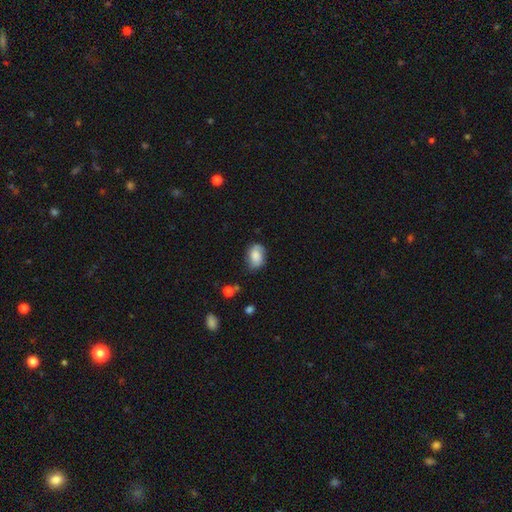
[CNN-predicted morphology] This is likely a smooth galaxy (70%). How rounded: likely in between (76%). Merging: likely none (65%).